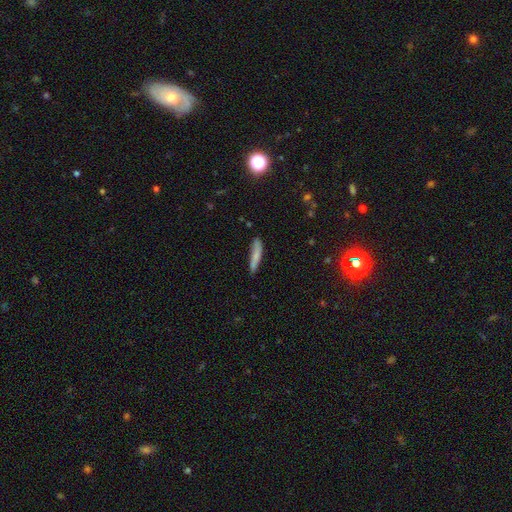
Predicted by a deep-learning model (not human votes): Overall: smooth (77%). How rounded: cigar-shaped (87%). Merging: none (75%).